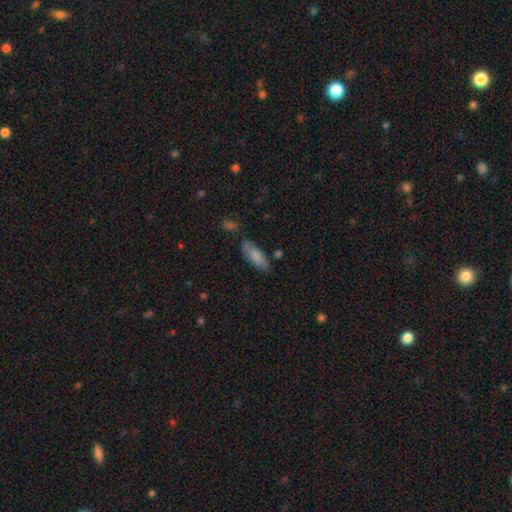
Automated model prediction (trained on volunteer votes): smooth 82%, featured or disk 11%, star or artifact 7%. Down the decision tree: how rounded — in between (70%); merging — none (69%).